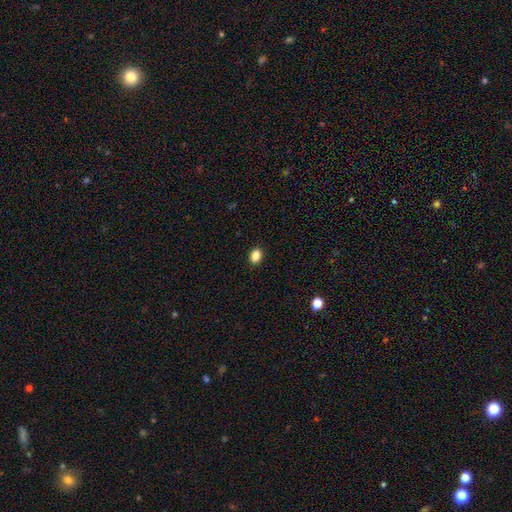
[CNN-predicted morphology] Q: Smooth or featured?
A: smooth (87%); runner-up: star or artifact (10%)
Q: How rounded?
A: in between (74%); runner-up: round (24%)
Q: Merging?
A: none (90%); runner-up: minor disturbance (7%)